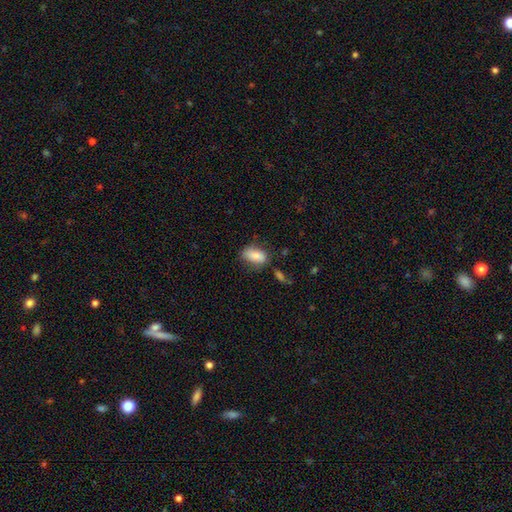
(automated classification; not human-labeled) The model was most divided on "merging": none: 67%, minor disturbance: 22%, major disturbance: 6%, merger: 5%. More confident: how rounded — in between (89%); smooth or featured — smooth (82%).